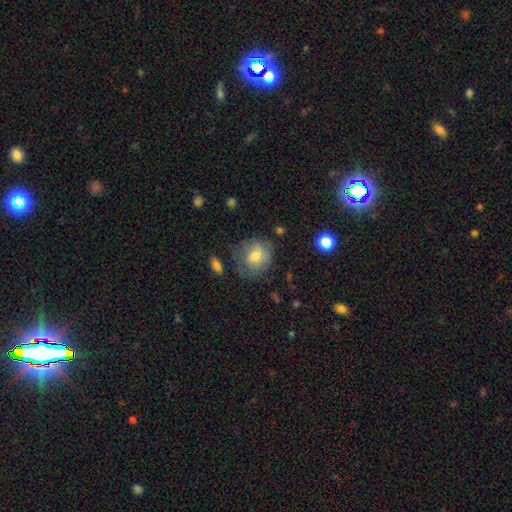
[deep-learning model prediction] A smooth galaxy with no disk features (64%) that is round (69%).

Vote fractions:
- Smooth or featured? smooth: 64% / featured or disk: 27% / star or artifact: 9%
- How rounded? round: 69% / in between: 30% / cigar-shaped: 1%
- Merging? none: 62% / minor disturbance: 24% / major disturbance: 11% / merger: 3%